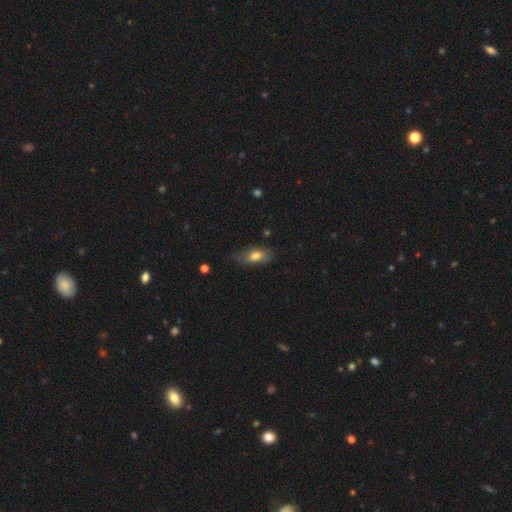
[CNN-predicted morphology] smooth 74%, featured or disk 18%, star or artifact 8%. Down the decision tree: how rounded — in between (82%); merging — none (59%).